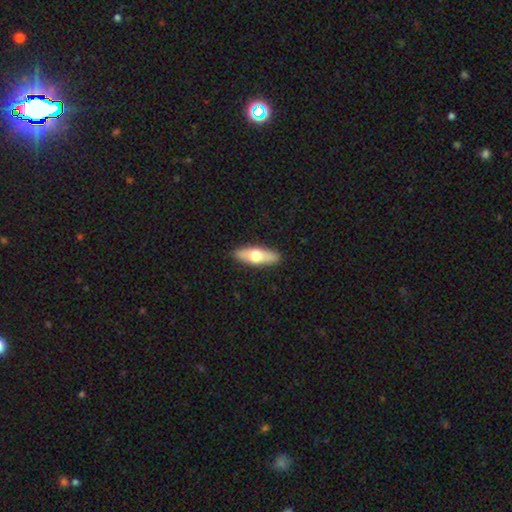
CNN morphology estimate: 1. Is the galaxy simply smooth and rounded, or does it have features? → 59% smooth, 35% featured or disk, 5% star or artifact.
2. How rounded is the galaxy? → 54% in between, 43% cigar-shaped, 3% round.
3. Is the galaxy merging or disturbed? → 90% none, 8% minor disturbance, 2% major disturbance, 1% merger.